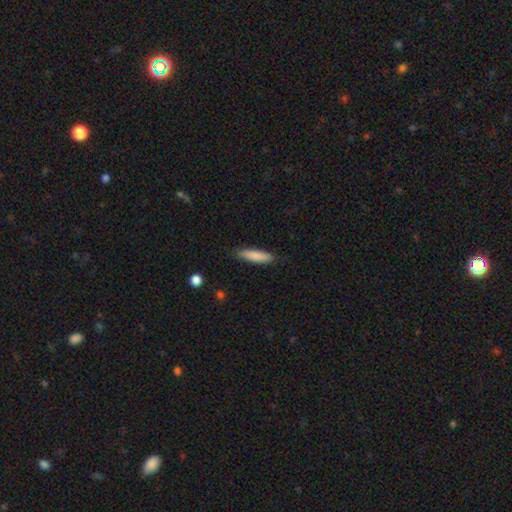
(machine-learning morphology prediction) smooth_or_featured: smooth (p=0.85) [alt: featured or disk p=0.09]
how_rounded: cigar-shaped (p=0.73) [alt: in between p=0.25]
merging: none (p=0.86) [alt: minor disturbance p=0.11]